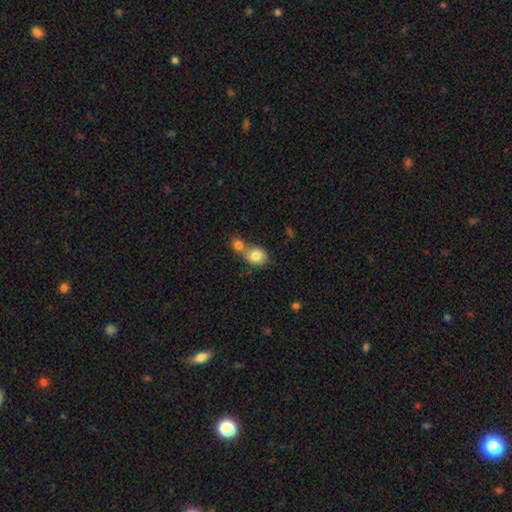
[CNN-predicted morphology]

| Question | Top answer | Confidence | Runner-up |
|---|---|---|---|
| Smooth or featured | smooth | 82% | featured or disk (10%) |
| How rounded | round | 55% | in between (44%) |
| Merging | merger | 55% | none (34%) |